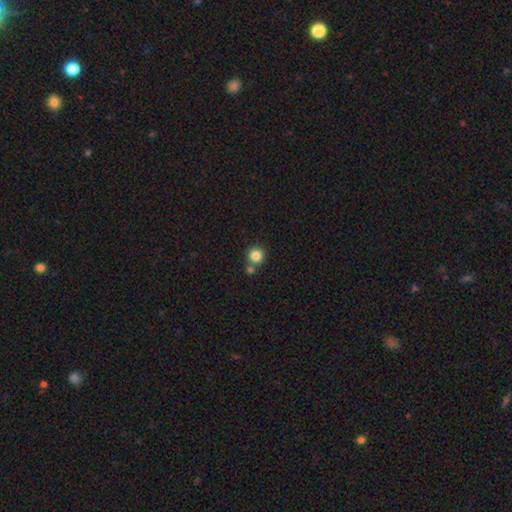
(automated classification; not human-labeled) Q: Smooth or featured?
A: smooth (84%); runner-up: star or artifact (11%)
Q: How rounded?
A: round (94%); runner-up: in between (5%)
Q: Merging?
A: none (70%); runner-up: merger (20%)